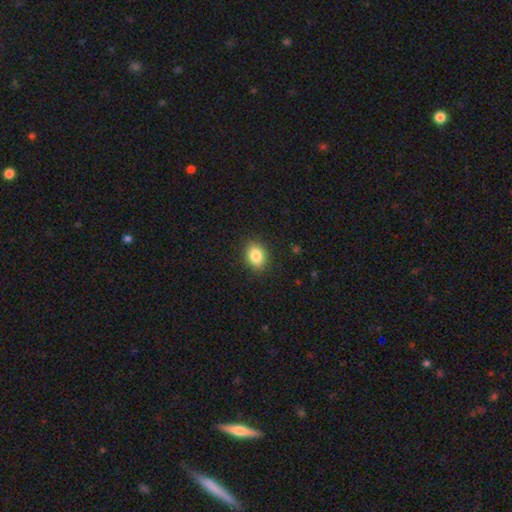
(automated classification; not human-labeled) Overall: smooth (84%). How rounded: in between (59%; round 40%). Merging: none (87%).